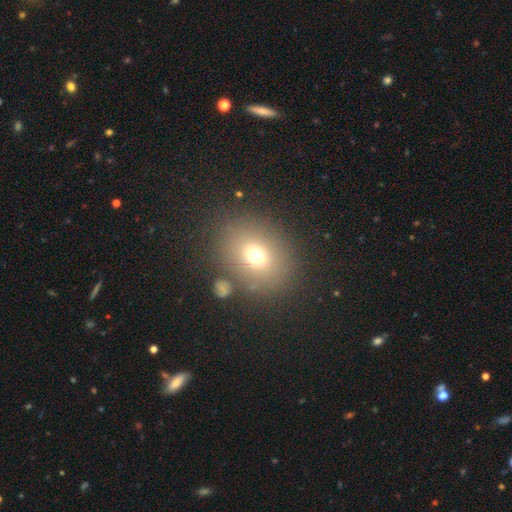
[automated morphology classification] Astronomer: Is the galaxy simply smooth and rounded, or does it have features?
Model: smooth — 70%.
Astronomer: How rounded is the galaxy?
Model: round — 55% (runner-up: in between, 44%).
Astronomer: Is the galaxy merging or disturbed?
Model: none — 79%.